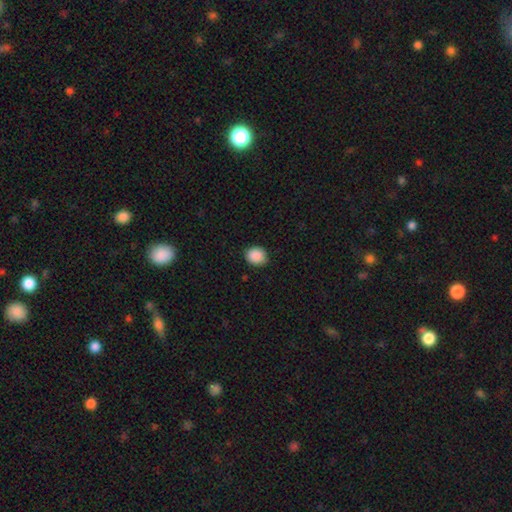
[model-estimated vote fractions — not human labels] A smooth galaxy with no disk features (90%) that is round (76%). Merging: none (86%).